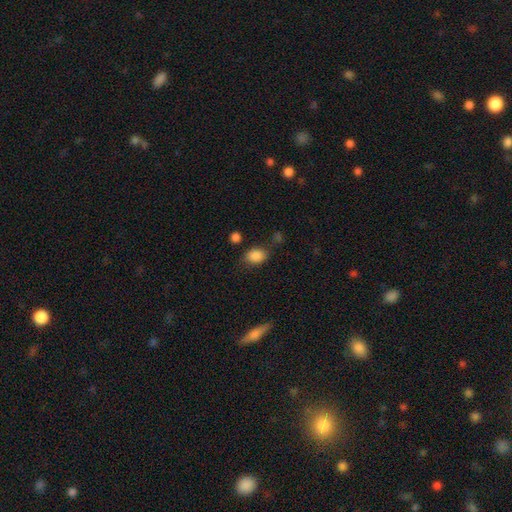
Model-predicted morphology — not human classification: This appears to be a smooth galaxy with no disk features (86%) that is in between round and cigar-shaped (71%). Merging: none (71%).